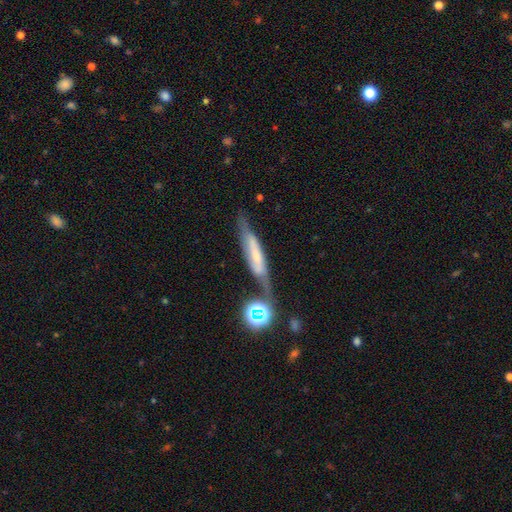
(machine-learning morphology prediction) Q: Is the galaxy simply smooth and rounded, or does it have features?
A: featured or disk — 53%.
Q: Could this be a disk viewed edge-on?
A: yes — 60%.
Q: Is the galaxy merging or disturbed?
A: none — 54%.